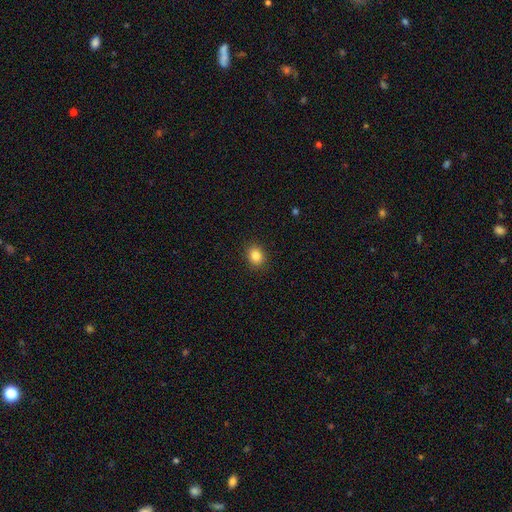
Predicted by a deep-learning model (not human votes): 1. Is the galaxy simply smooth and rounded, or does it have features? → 85% smooth, 10% star or artifact, 5% featured or disk.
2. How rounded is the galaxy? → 58% round, 41% in between, 1% cigar-shaped.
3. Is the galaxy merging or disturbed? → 89% none, 7% minor disturbance, 2% major disturbance, 1% merger.